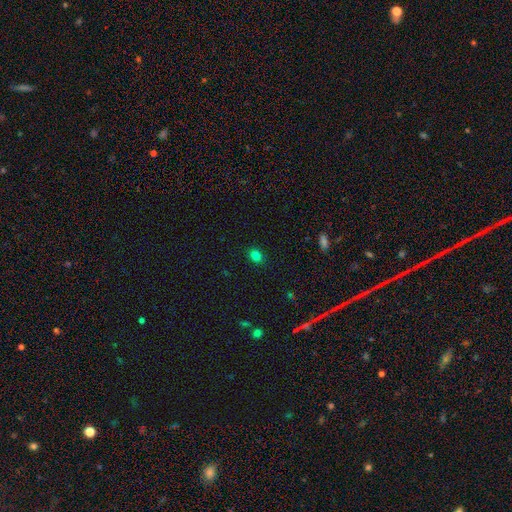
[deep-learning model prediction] Smooth or featured: smooth — 81% (star or artifact — 15%)
How rounded: round — 56% (in between — 43%)
Merging: none — 88% (minor disturbance — 9%)